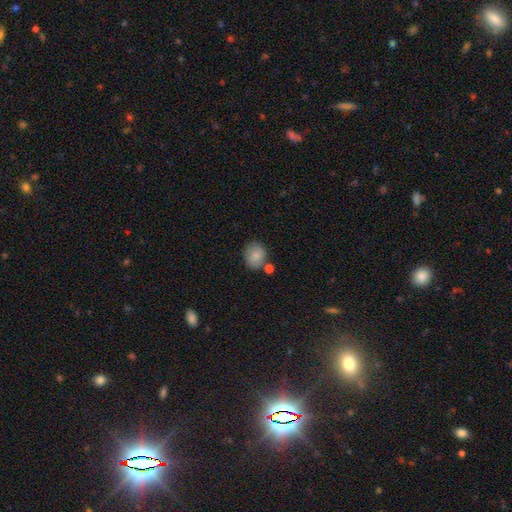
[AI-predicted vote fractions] Q: Smooth or featured?
A: smooth (84%); runner-up: featured or disk (8%)
Q: How rounded?
A: round (61%); runner-up: in between (38%)
Q: Merging?
A: none (67%); runner-up: minor disturbance (15%)